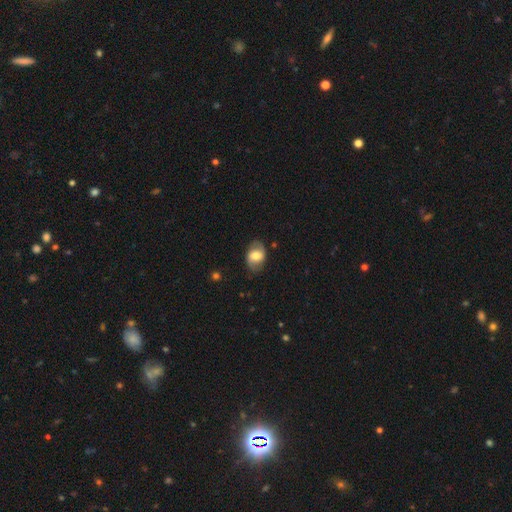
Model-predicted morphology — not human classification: This is possibly a smooth galaxy (51%). How rounded: likely in between (79%). Merging: likely none (78%).